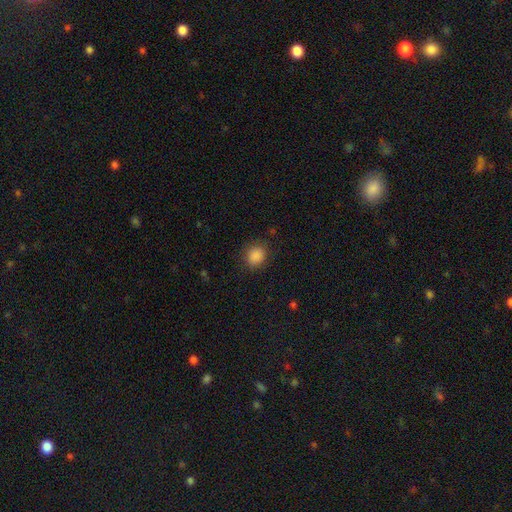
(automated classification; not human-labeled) Q: Smooth or featured?
A: smooth (87%); runner-up: star or artifact (10%)
Q: How rounded?
A: round (71%); runner-up: in between (28%)
Q: Merging?
A: none (84%); runner-up: minor disturbance (11%)